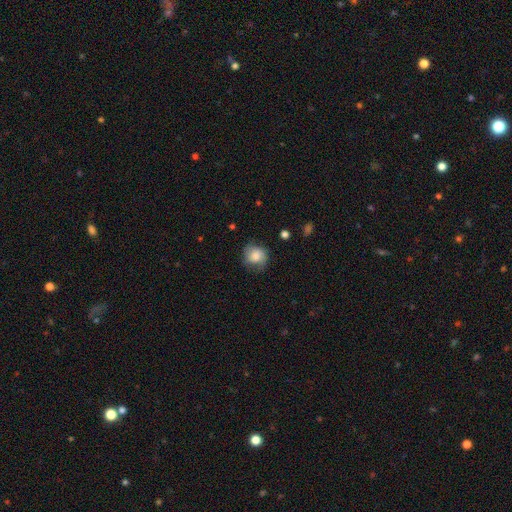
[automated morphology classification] This is likely a smooth galaxy (75%). How rounded: likely round (78%). Merging: likely none (63%).